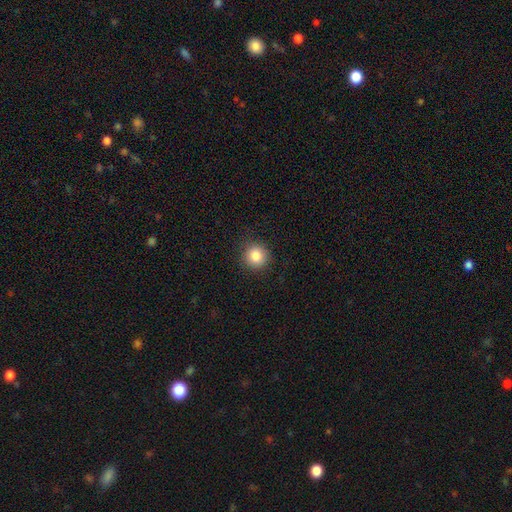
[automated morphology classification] Smooth or featured? Predicted: smooth (p=0.85). How rounded? Predicted: round (p=0.93). Merging? Predicted: none (p=0.90).